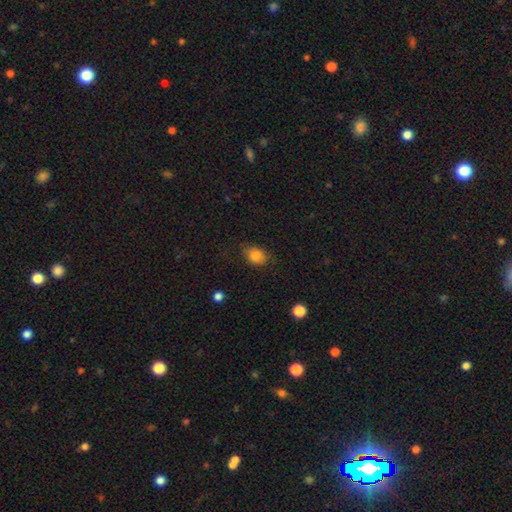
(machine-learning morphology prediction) Smooth or featured? Predicted: smooth (p=0.83). How rounded? Predicted: in between (p=0.58). Merging? Predicted: none (p=0.75).